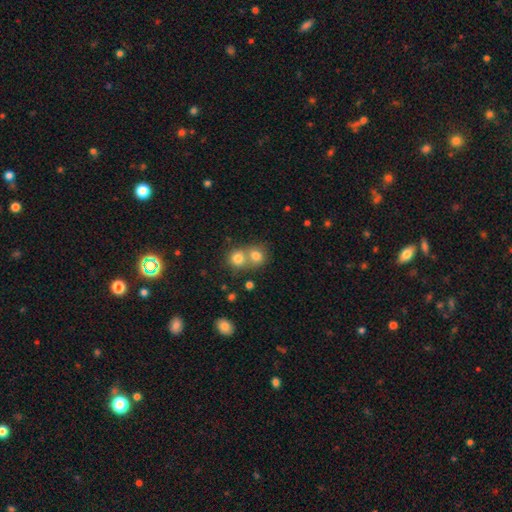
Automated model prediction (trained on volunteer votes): This is likely a smooth galaxy (77%). How rounded: likely round (78%). Merging: possibly merger (55%).